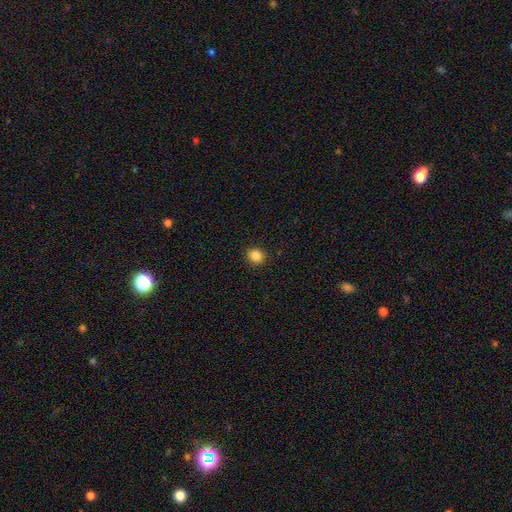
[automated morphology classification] Smooth or featured? Predicted: smooth (p=0.86). How rounded? Predicted: round (p=0.83). Merging? Predicted: none (p=0.91).